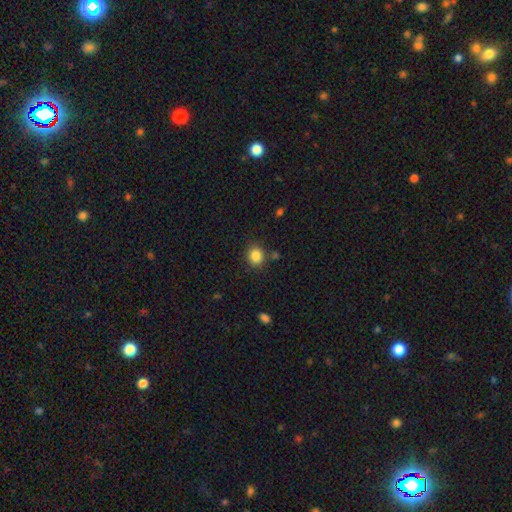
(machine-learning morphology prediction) This is clearly a smooth galaxy (85%). How rounded: likely round (74%). Merging: clearly none (83%).